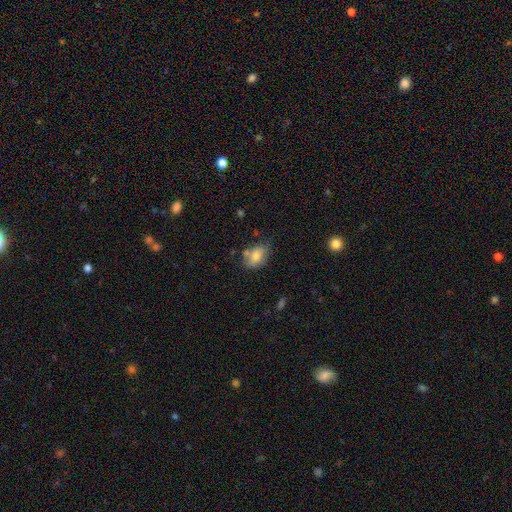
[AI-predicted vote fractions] smooth-or-featured: smooth: 76% | featured or disk: 16% | star or artifact: 8%
  how-rounded: in between: 79% | round: 19% | cigar-shaped: 2%
  merging: none: 55% | minor disturbance: 28% | merger: 11% | major disturbance: 7%